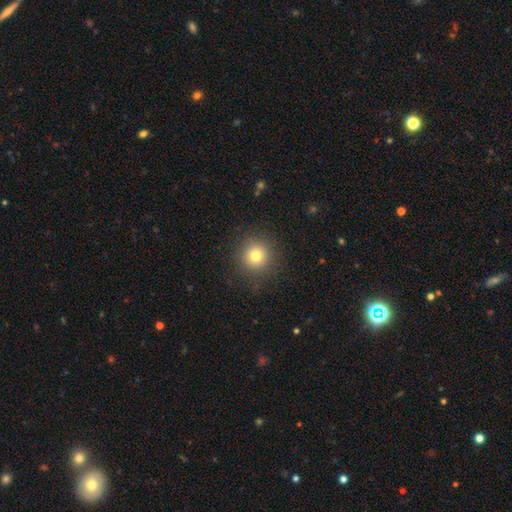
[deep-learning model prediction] smooth 78%, star or artifact 14%, featured or disk 8%. Down the decision tree: how rounded — round (95%); merging — none (89%).